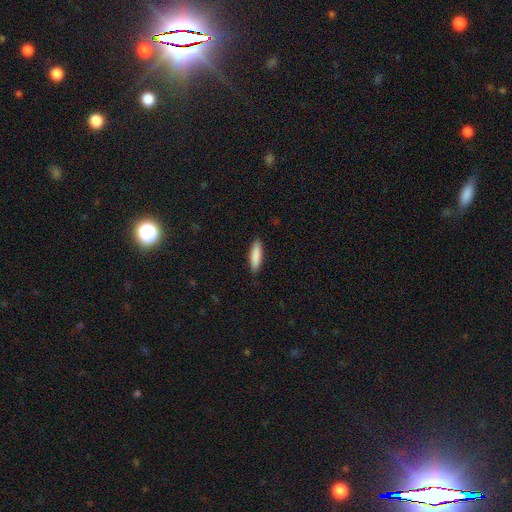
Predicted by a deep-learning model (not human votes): A smooth galaxy with no disk features (88%) that is cigar-shaped (63%).

Vote fractions:
- Smooth or featured? smooth: 88% / featured or disk: 6% / star or artifact: 6%
- How rounded? cigar-shaped: 63% / in between: 35% / round: 1%
- Merging? none: 89% / minor disturbance: 8% / major disturbance: 2% / merger: 1%